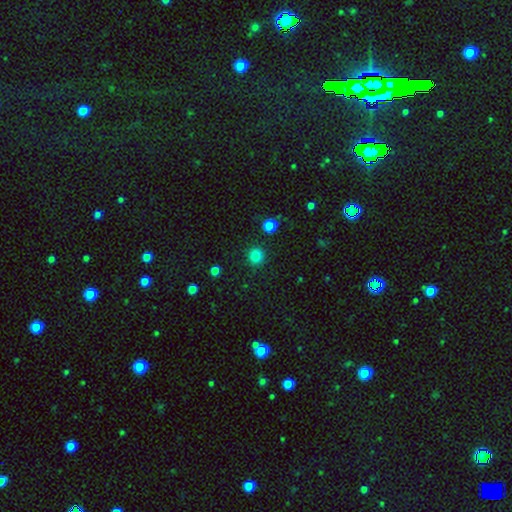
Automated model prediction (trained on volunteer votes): smooth 84%, star or artifact 12%, featured or disk 4%. Down the decision tree: how rounded — round (93%); merging — none (91%).